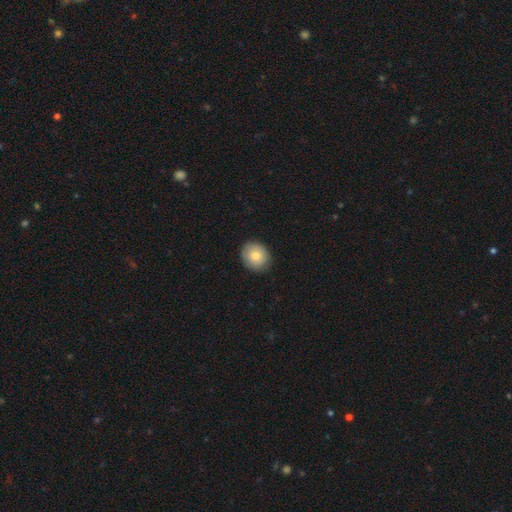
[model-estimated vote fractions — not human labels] This is likely a smooth galaxy (80%). How rounded: likely round (75%). Merging: clearly none (87%).